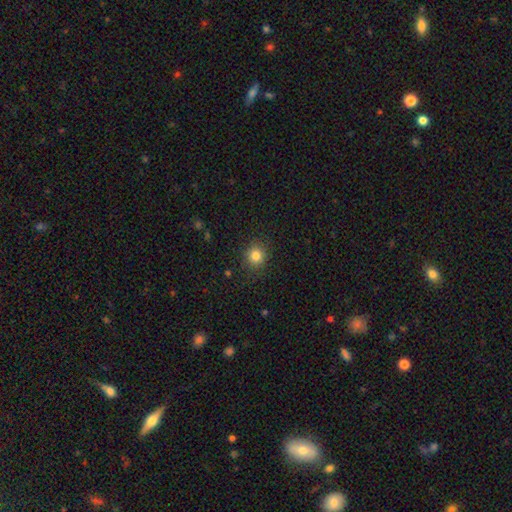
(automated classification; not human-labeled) Q: Smooth or featured?
A: smooth (83%); runner-up: star or artifact (12%)
Q: How rounded?
A: round (86%); runner-up: in between (13%)
Q: Merging?
A: none (88%); runner-up: minor disturbance (8%)